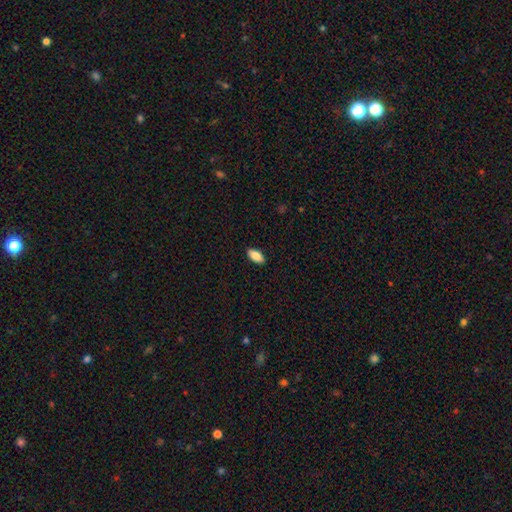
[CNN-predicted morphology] This is clearly a smooth galaxy (87%). How rounded: clearly in between (90%). Merging: clearly none (90%).